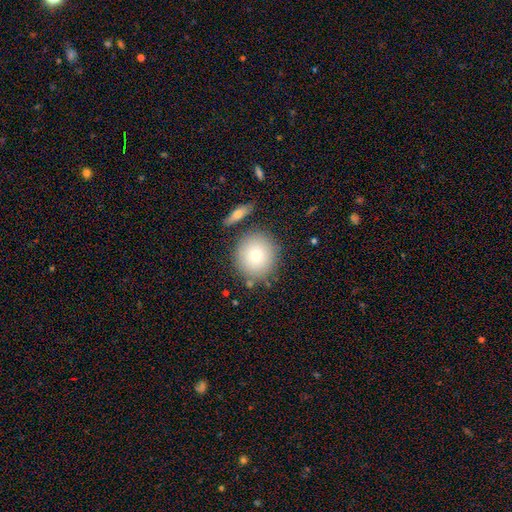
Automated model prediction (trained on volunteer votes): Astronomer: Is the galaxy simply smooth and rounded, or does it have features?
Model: smooth — 80%.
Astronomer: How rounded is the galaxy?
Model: round — 89%.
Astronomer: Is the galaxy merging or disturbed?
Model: none — 80%.